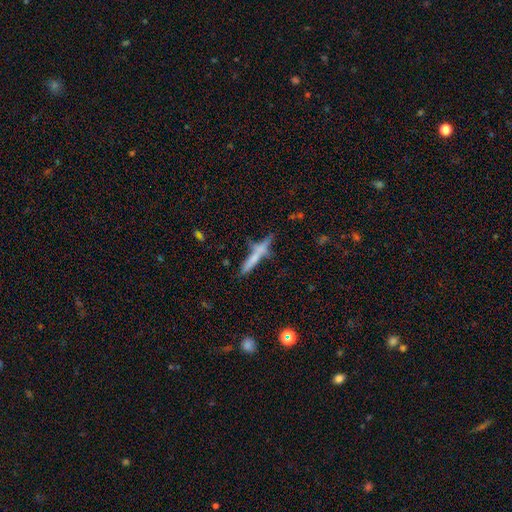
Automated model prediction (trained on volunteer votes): The model was most divided on "smooth or featured": smooth: 52%, featured or disk: 38%, star or artifact: 10%. More confident: how rounded — cigar-shaped (91%); merging — none (61%).